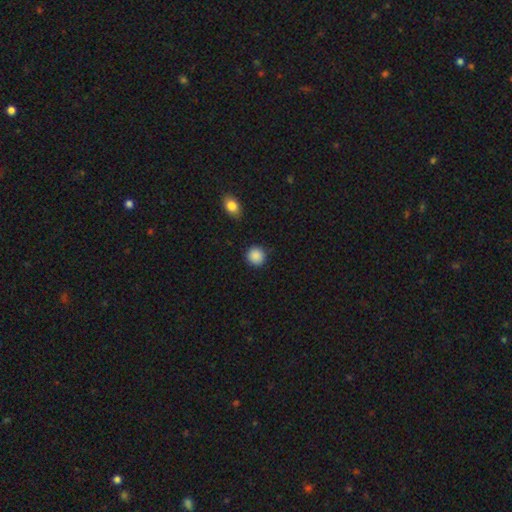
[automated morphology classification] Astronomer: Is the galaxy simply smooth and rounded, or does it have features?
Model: smooth — 89%.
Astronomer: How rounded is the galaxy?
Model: round — 92%.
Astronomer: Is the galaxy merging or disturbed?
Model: none — 89%.